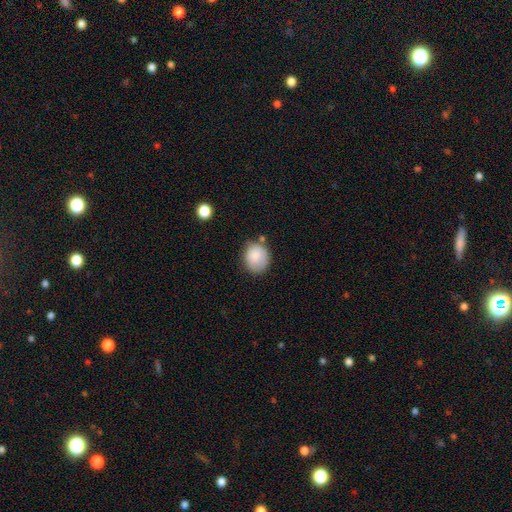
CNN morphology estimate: The model was most divided on "how rounded": round: 69%, in between: 30%, cigar-shaped: 1%. More confident: smooth or featured — smooth (85%); merging — none (66%).